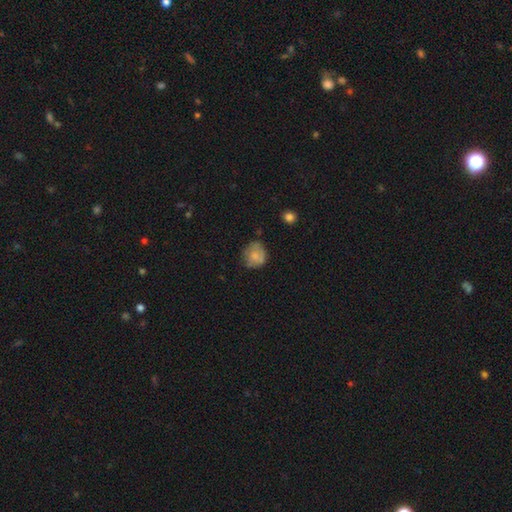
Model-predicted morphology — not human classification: smooth 72%, featured or disk 19%, star or artifact 9%. Down the decision tree: how rounded — round (76%); merging — none (59%).